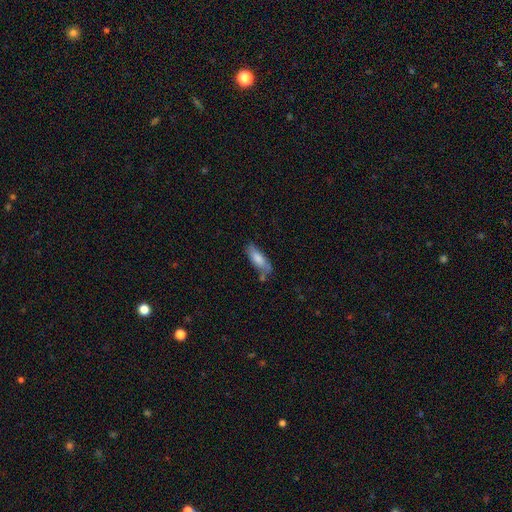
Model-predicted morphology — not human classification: The model was most divided on "how rounded": in between: 54%, cigar-shaped: 44%, round: 2%. More confident: smooth or featured — smooth (69%); merging — none (62%).